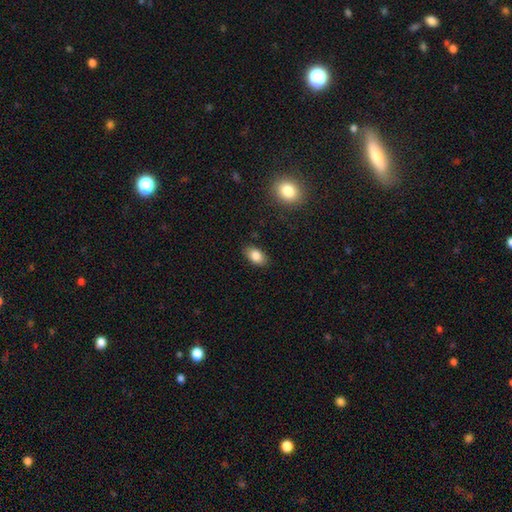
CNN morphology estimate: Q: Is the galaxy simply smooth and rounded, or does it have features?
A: smooth — 85%.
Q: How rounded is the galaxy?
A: in between — 90%.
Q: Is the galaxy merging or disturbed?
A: none — 87%.